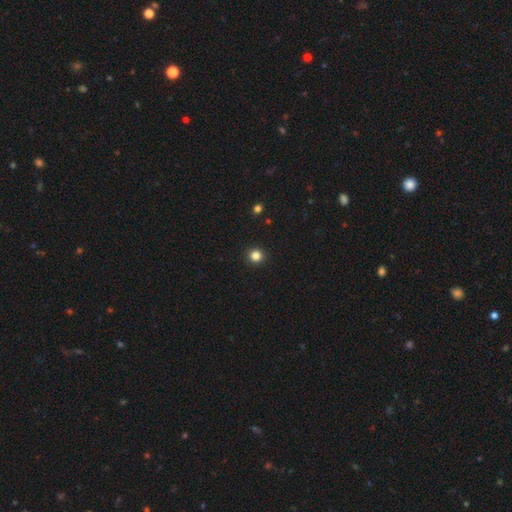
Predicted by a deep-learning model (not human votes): smooth-or-featured: smooth: 84% | star or artifact: 13% | featured or disk: 4%
  how-rounded: round: 95% | in between: 4% | cigar-shaped: 1%
  merging: none: 94% | minor disturbance: 4% | major disturbance: 1% | merger: 1%